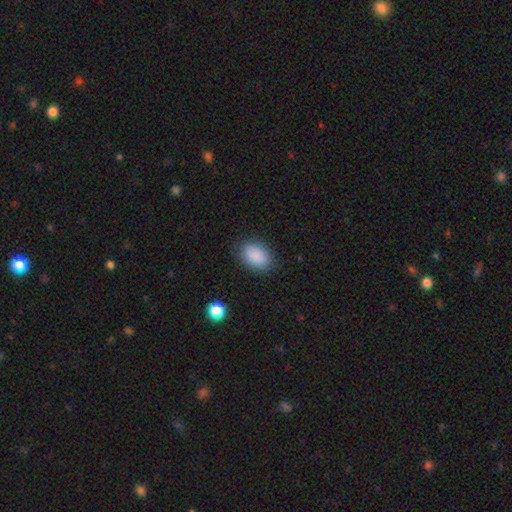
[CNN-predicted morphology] Smooth or featured? Predicted: smooth (p=0.88). How rounded? Predicted: in between (p=0.84). Merging? Predicted: none (p=0.84).